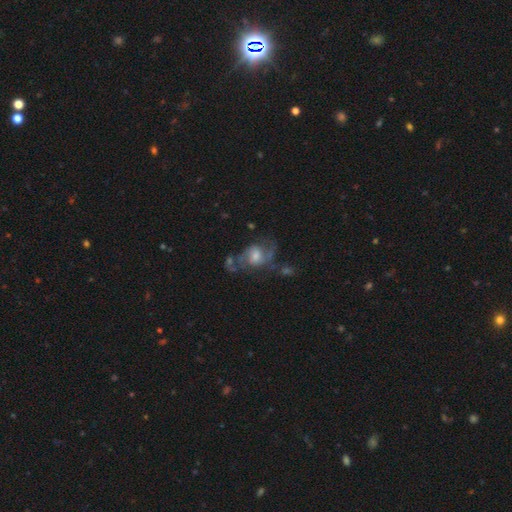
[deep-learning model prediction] Smooth or featured? featured or disk (74%)
Edge-on disk? no (97%)
Bar? no (48%)
Spiral arms? yes (87%)
Spiral winding? medium (47%)
Spiral arm count? 2 (83%)
Bulge size? moderate (47%)
Merging? none (49%)